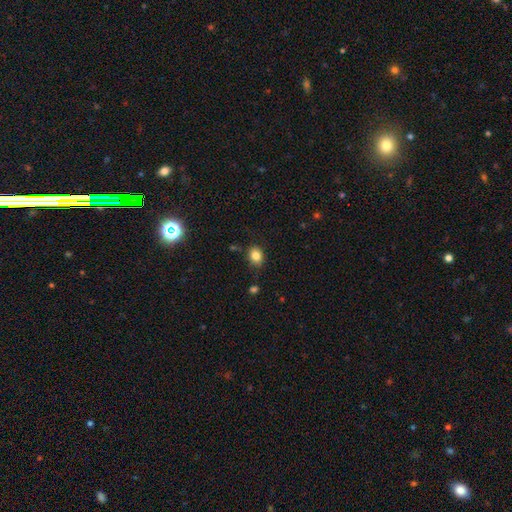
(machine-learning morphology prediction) Smooth or featured? Predicted: smooth (p=0.84). How rounded? Predicted: in between (p=0.52). Merging? Predicted: none (p=0.80).